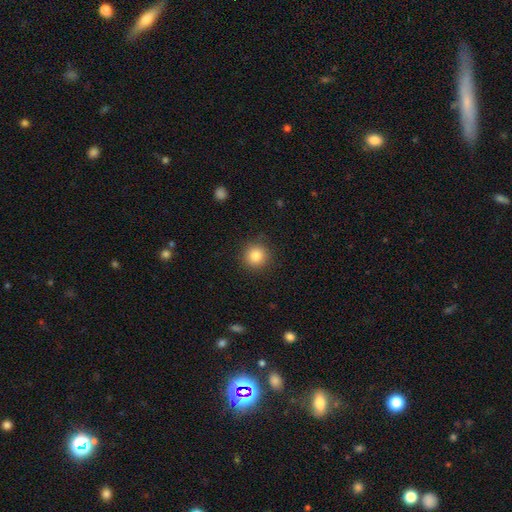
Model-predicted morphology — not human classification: Smooth or featured: smooth — 84% (star or artifact — 10%)
How rounded: round — 94% (in between — 5%)
Merging: none — 90% (minor disturbance — 7%)